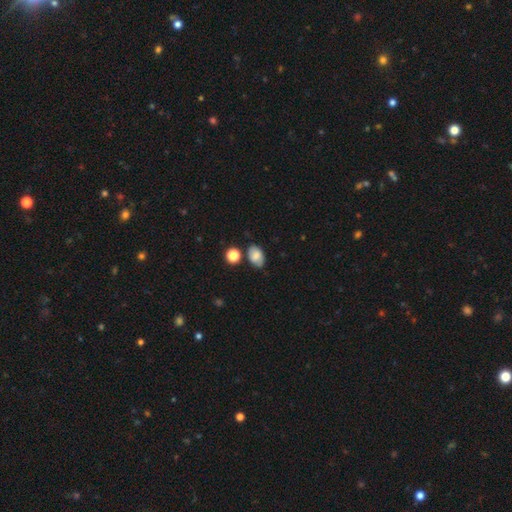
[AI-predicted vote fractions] Smooth or featured?
  - smooth: 72% *
  - featured or disk: 18%
  - star or artifact: 11%
How rounded?
  - in between: 81% *
  - round: 17%
  - cigar-shaped: 1%
Merging?
  - none: 67% *
  - minor disturbance: 21%
  - merger: 7%
  - major disturbance: 5%